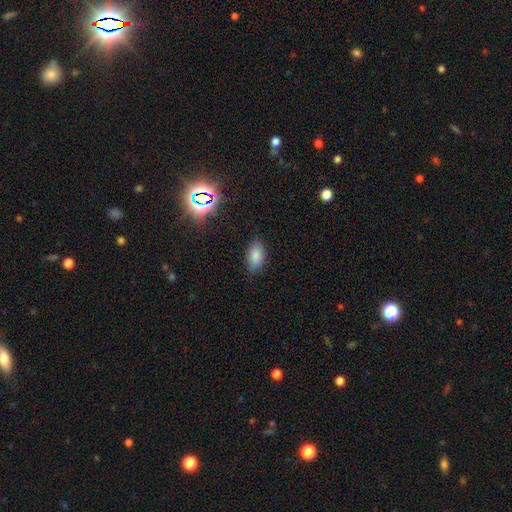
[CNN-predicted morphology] Overall: smooth (83%). How rounded: in between (92%). Merging: none (83%).